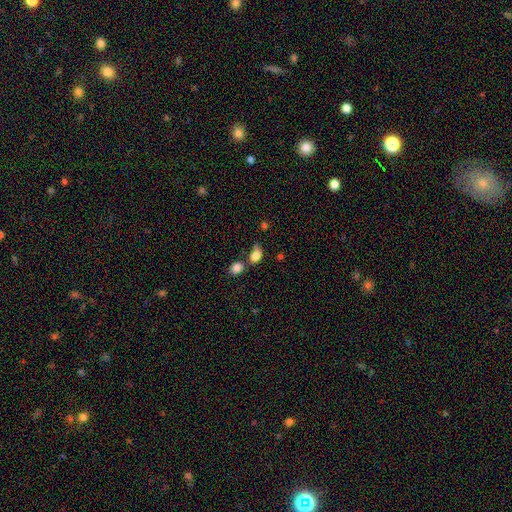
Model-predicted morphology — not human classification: A smooth galaxy with no disk features (83%) that is in between round and cigar-shaped (77%).

Vote fractions:
- Smooth or featured? smooth: 83% / star or artifact: 10% / featured or disk: 7%
- How rounded? in between: 77% / round: 21% / cigar-shaped: 2%
- Merging? none: 36% / merger: 32% / minor disturbance: 21% / major disturbance: 11%